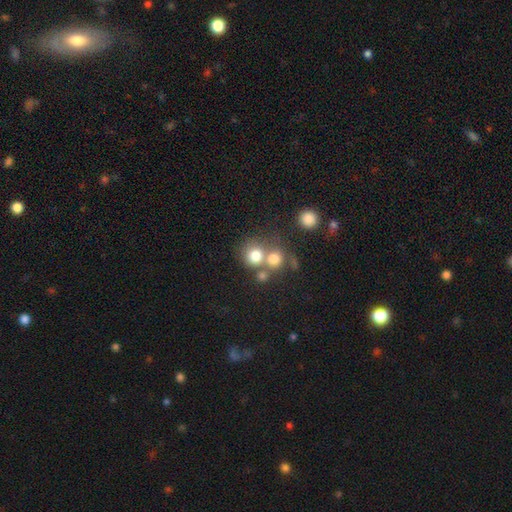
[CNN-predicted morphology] A smooth galaxy with no disk features (74%) that is round (84%).

Vote fractions:
- Smooth or featured? smooth: 74% / star or artifact: 13% / featured or disk: 12%
- How rounded? round: 84% / in between: 15% / cigar-shaped: 1%
- Merging? none: 46% / merger: 41% / minor disturbance: 8% / major disturbance: 5%